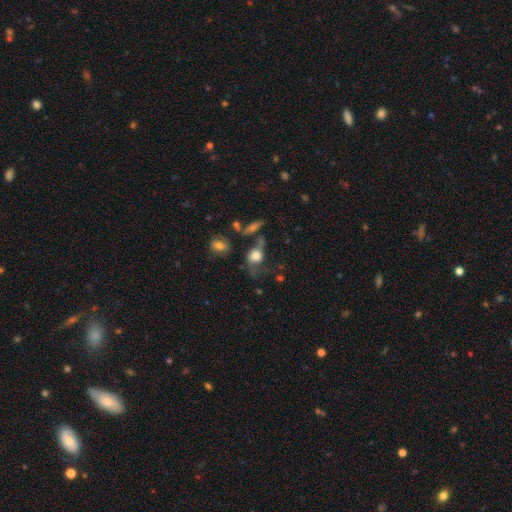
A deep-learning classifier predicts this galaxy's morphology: A smooth galaxy with no disk features (64%) that is in between round and cigar-shaped (49%). Merging: none (32%).